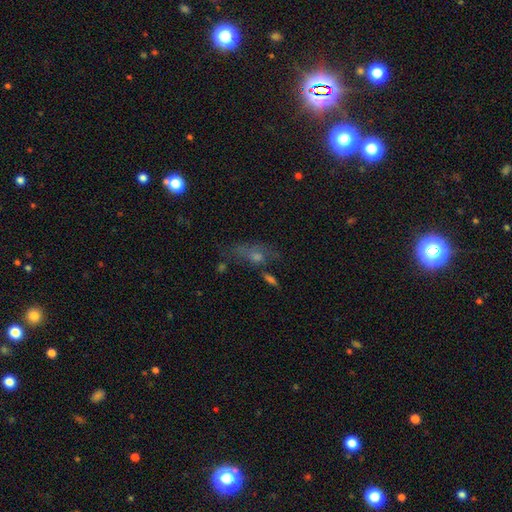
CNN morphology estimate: smooth-or-featured: smooth: 38% | featured or disk: 33% | star or artifact: 29%
  merging: none: 49% | minor disturbance: 21% | major disturbance: 19% | merger: 12%